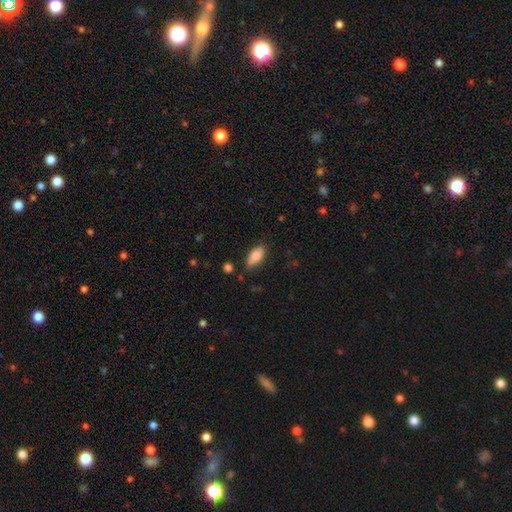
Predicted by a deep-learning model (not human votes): Smooth or featured? smooth (79%)
How rounded? in between (84%)
Merging? none (76%)